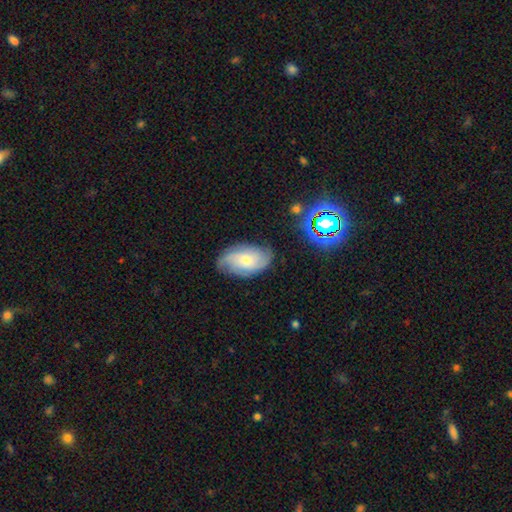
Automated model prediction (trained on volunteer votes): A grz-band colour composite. It shows a featured or disk galaxy (66%) with no bar (74%), tight (48%) spiral arms (92%) and a small central bulge (54%). Merging: none (75%).